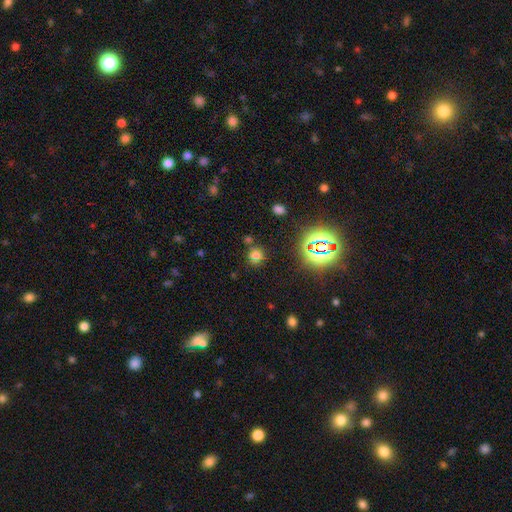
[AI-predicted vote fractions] Morphology: type=smooth (60%); roundness=round (82%); merging=none (71%).